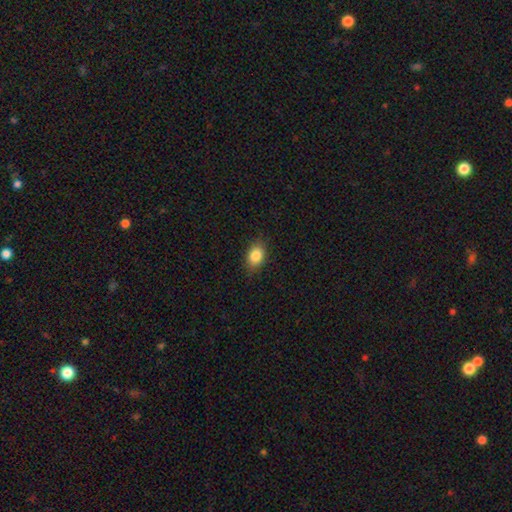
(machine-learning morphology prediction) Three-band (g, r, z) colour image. It shows a smooth galaxy with no disk features (85%) that is in between round and cigar-shaped (79%). Merging: none (84%).